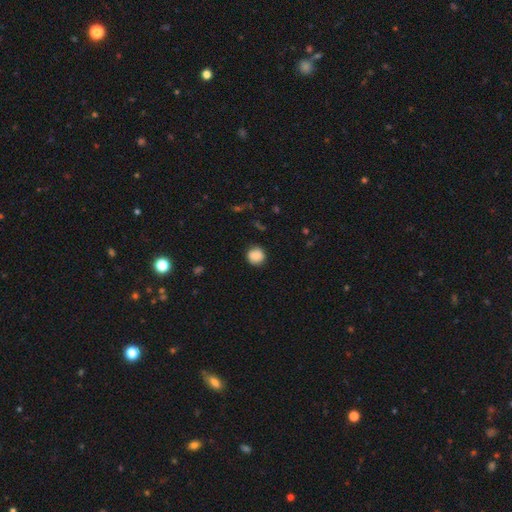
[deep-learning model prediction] Q: Smooth or featured?
A: smooth (85%); runner-up: star or artifact (9%)
Q: How rounded?
A: round (92%); runner-up: in between (7%)
Q: Merging?
A: none (86%); runner-up: minor disturbance (10%)